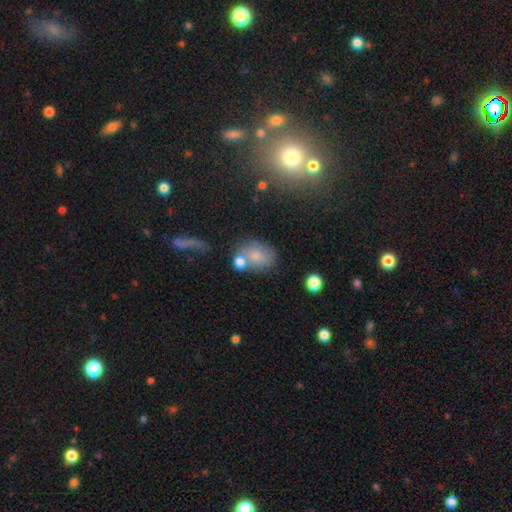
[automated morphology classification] A smooth galaxy with no disk features (72%) that is in between round and cigar-shaped (60%). Merging: none (46%).